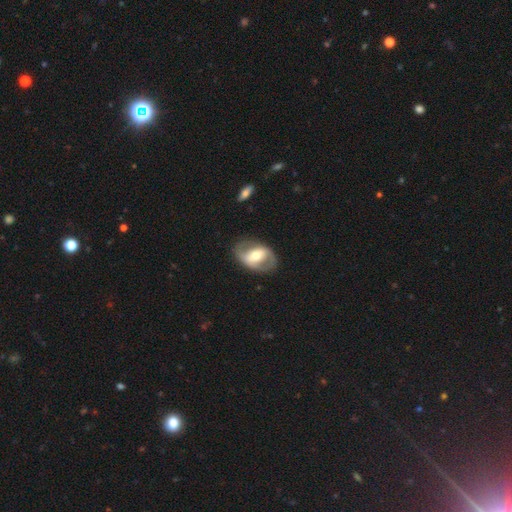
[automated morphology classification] smooth-or-featured: featured or disk: 66% | smooth: 28% | star or artifact: 6%
  disk-edge-on: no: 93% | yes: 7%
    bar: strong: 41% | weak: 33% | no: 26%
    has-spiral-arms: yes: 57% | no: 43%
    bulge-size: moderate: 67% | small: 17% | large: 14% | dominant: 2% | none: 1%
  merging: none: 74% | minor disturbance: 16% | major disturbance: 9% | merger: 1%